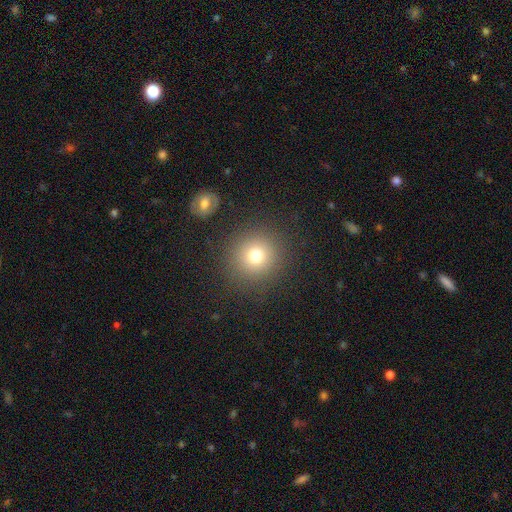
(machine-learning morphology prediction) Smooth or featured?
  - smooth: 75% *
  - star or artifact: 15%
  - featured or disk: 10%
How rounded?
  - round: 93% *
  - in between: 6%
  - cigar-shaped: 1%
Merging?
  - none: 87% *
  - minor disturbance: 7%
  - major disturbance: 4%
  - merger: 2%